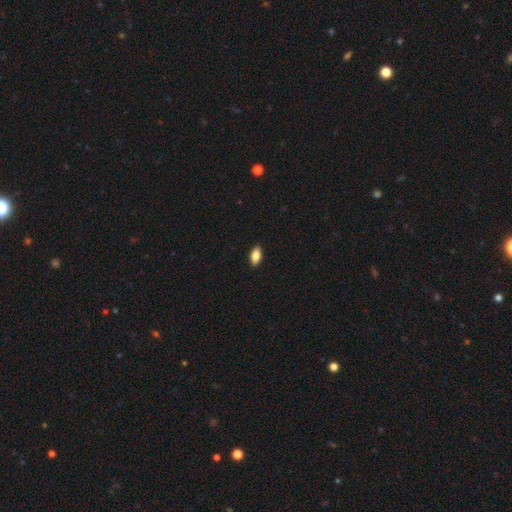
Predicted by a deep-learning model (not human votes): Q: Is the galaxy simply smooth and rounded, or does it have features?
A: smooth — 85%.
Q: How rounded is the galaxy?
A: in between — 90%.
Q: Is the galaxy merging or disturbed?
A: none — 90%.